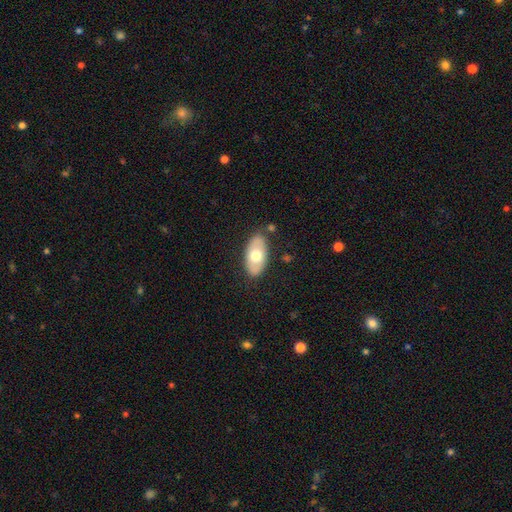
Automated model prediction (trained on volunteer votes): Smooth or featured? smooth (62%)
How rounded? in between (93%)
Merging? none (80%)